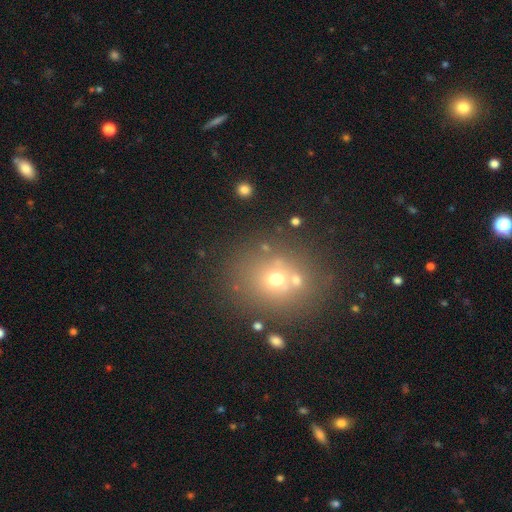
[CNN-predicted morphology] A smooth galaxy with no disk features (52%) that is round (77%).

Vote fractions:
- Smooth or featured? smooth: 52% / star or artifact: 34% / featured or disk: 13%
- How rounded? round: 77% / in between: 21% / cigar-shaped: 1%
- Merging? none: 72% / merger: 15% / minor disturbance: 9% / major disturbance: 4%